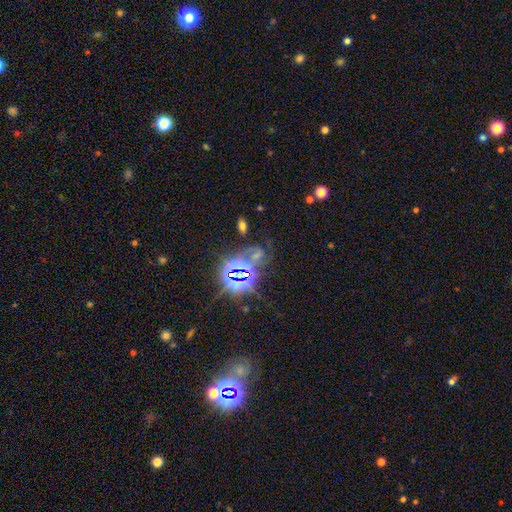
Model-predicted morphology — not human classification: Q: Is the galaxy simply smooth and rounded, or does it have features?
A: star or artifact — 71%.